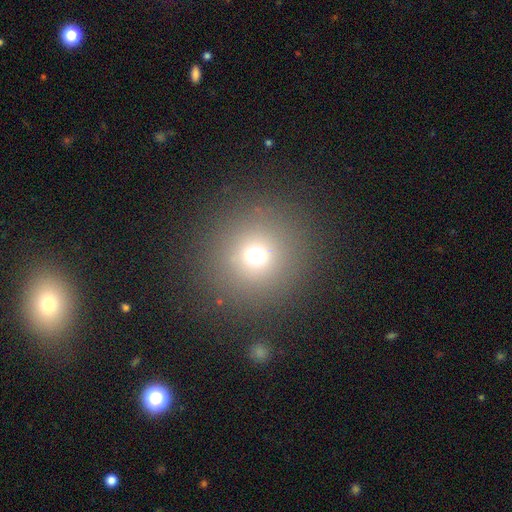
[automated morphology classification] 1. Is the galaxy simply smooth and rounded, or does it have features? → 67% smooth, 23% star or artifact, 10% featured or disk.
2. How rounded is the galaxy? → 93% round, 6% in between, 1% cigar-shaped.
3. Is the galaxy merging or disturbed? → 88% none, 6% minor disturbance, 4% major disturbance, 2% merger.